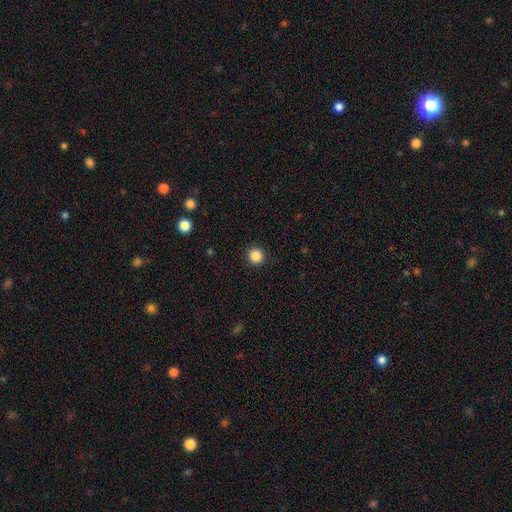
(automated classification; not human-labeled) Morphology: type=smooth (86%); roundness=round (95%); merging=none (92%).